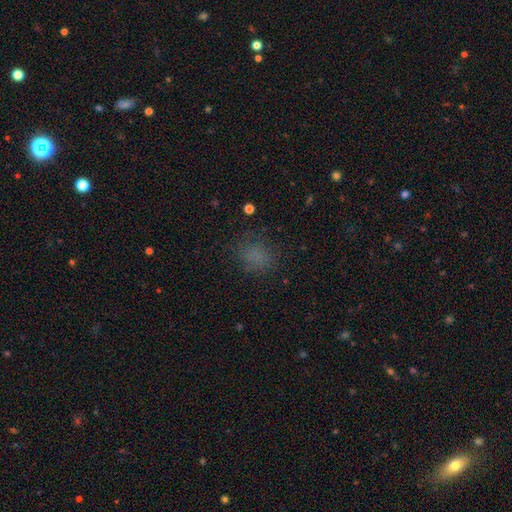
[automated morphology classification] Smooth or featured? smooth (73%)
How rounded? round (58%)
Merging? none (75%)